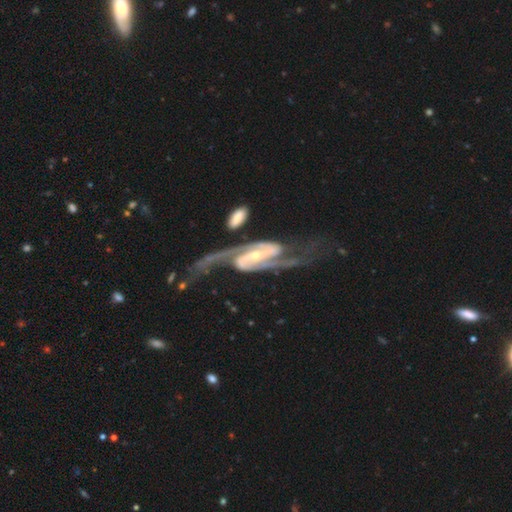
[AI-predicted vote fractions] This is clearly a featured or disk galaxy (94%). It is clearly not viewed edge-on (96%). Bar: possibly strong (52%). Spiral arm pattern: clearly yes (98%). Spiral arm count: clearly 2 (93%). Spiral winding: possibly medium (48%). Central bulge: likely small (62%). Merging: possibly none (55%).